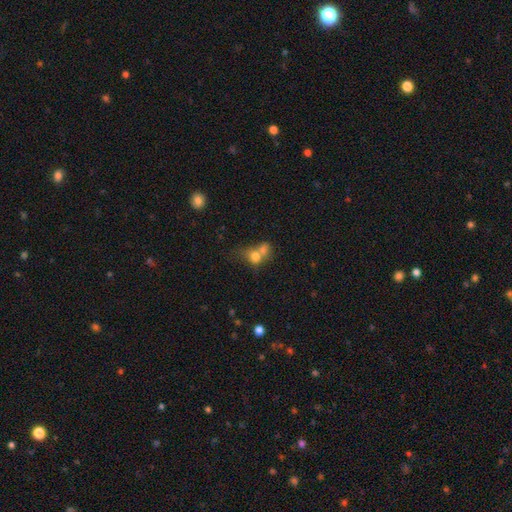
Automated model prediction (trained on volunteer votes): A smooth galaxy with no disk features (72%) that is round (60%). Merging: merger (65%).